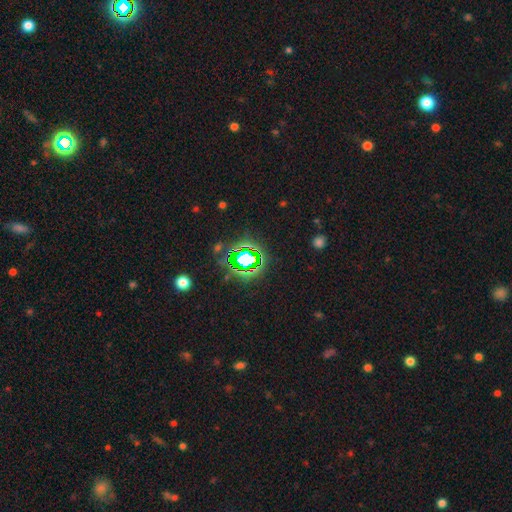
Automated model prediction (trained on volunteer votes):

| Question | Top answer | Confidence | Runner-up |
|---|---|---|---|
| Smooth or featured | star or artifact | 77% | smooth (14%) |